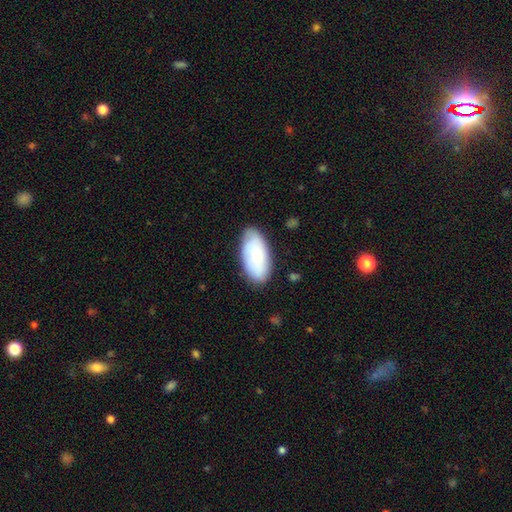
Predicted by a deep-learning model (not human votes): Smooth or featured?
  - smooth: 75% *
  - featured or disk: 18%
  - star or artifact: 6%
How rounded?
  - in between: 94% *
  - cigar-shaped: 4%
  - round: 2%
Merging?
  - none: 77% *
  - minor disturbance: 18%
  - major disturbance: 4%
  - merger: 2%